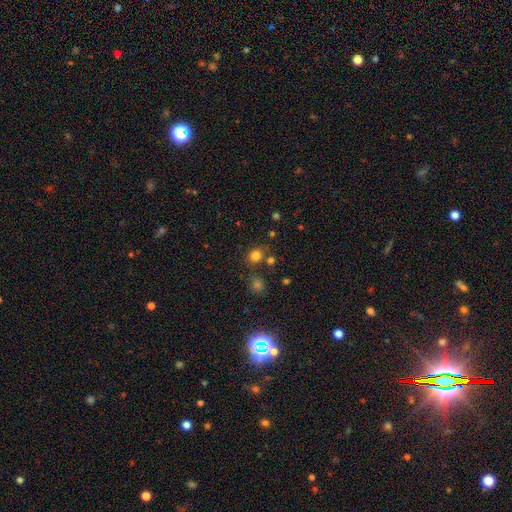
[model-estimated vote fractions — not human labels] A smooth galaxy with no disk features (78%) that is round (77%).

Vote fractions:
- Smooth or featured? smooth: 78% / star or artifact: 17% / featured or disk: 5%
- How rounded? round: 77% / in between: 22% / cigar-shaped: 1%
- Merging? none: 74% / merger: 12% / minor disturbance: 10% / major disturbance: 4%